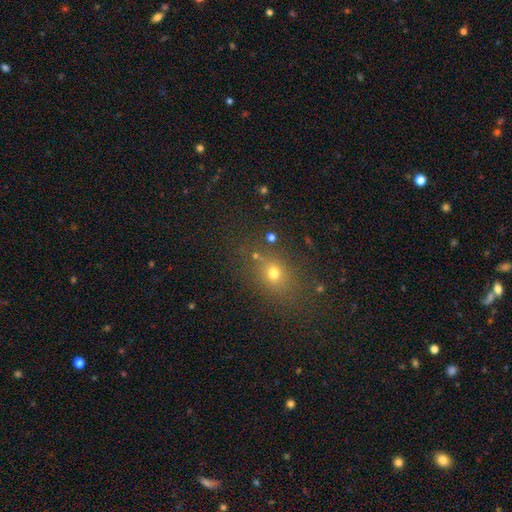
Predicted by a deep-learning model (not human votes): smooth-or-featured: smooth: 54% | star or artifact: 34% | featured or disk: 12%
  how-rounded: round: 55% | in between: 42% | cigar-shaped: 4%
  merging: none: 80% | minor disturbance: 11% | major disturbance: 5% | merger: 4%